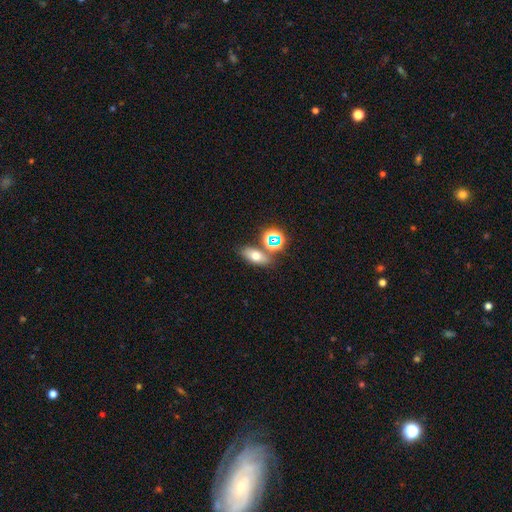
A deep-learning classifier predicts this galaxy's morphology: smooth_or_featured: smooth (p=0.59) [alt: featured or disk p=0.21]
how_rounded: in between (p=0.75) [alt: round p=0.15]
merging: none (p=0.69) [alt: merger p=0.17]